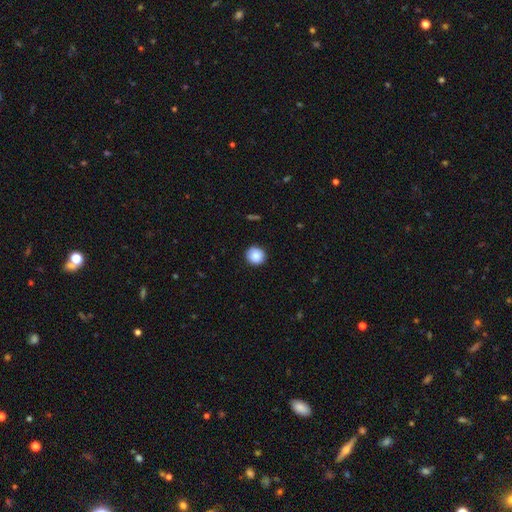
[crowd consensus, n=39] Smooth or featured? 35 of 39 (90%) said smooth. How rounded? 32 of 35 (91%) said round. Merging? 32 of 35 (91%) said none.